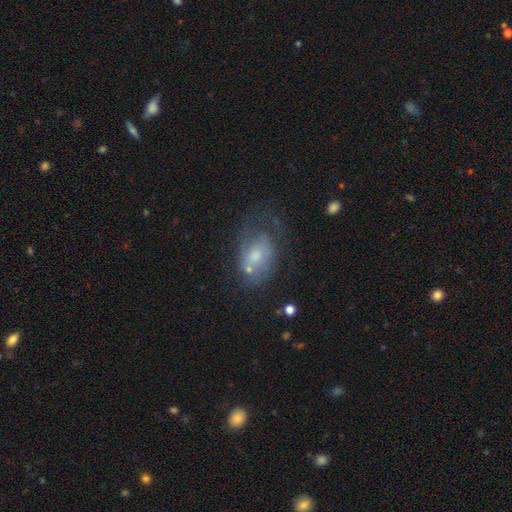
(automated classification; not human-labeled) Smooth or featured: smooth — 48% (featured or disk — 41%)
Merging: none — 37% (major disturbance — 27%)